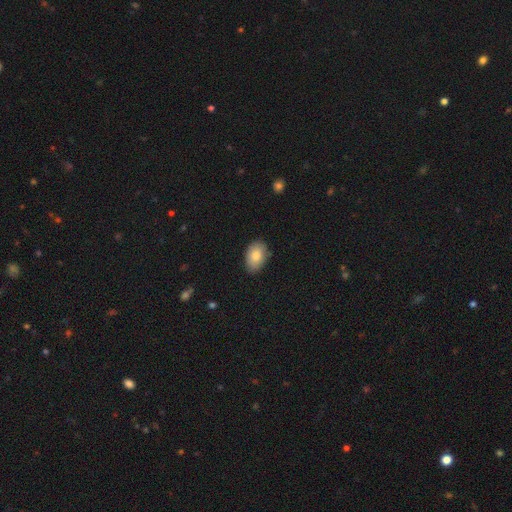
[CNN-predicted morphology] The model was most divided on "merging": none: 81%, minor disturbance: 15%, major disturbance: 2%, merger: 1%. More confident: how rounded — in between (89%); smooth or featured — smooth (81%).